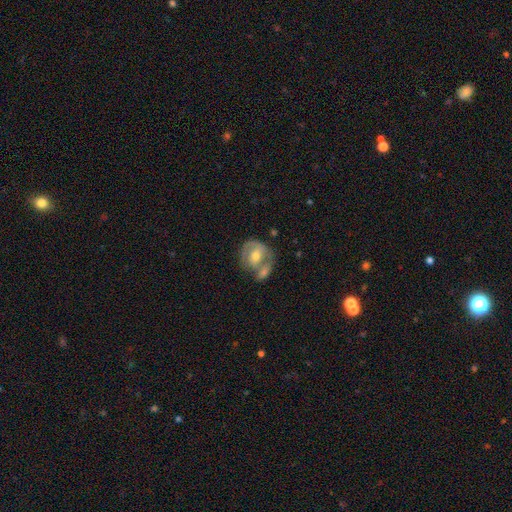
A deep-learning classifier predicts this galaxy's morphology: type=featured or disk (52%); edge-on=no (95%); merging=merger (45%).